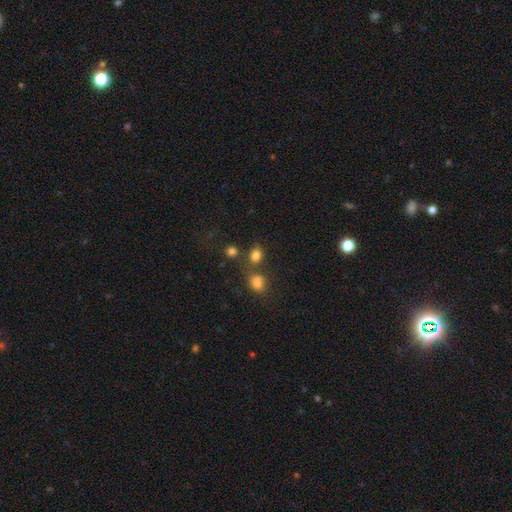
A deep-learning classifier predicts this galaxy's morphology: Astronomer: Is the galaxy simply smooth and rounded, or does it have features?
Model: smooth — 79%.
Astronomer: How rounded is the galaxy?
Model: round — 53% (runner-up: in between, 45%).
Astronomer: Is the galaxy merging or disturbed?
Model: none — 61%.